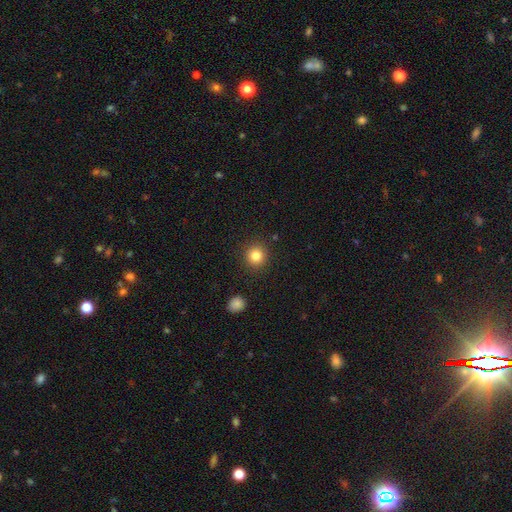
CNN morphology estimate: smooth 84%, star or artifact 11%, featured or disk 5%. Down the decision tree: how rounded — round (93%); merging — none (91%).